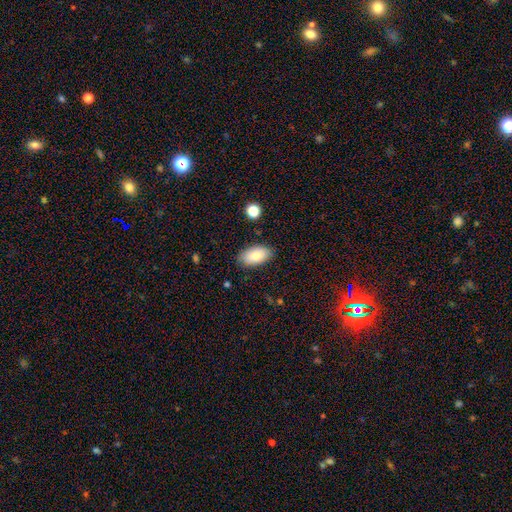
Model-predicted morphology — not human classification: Smooth or featured?
  - smooth: 81% *
  - featured or disk: 12%
  - star or artifact: 7%
How rounded?
  - in between: 94% *
  - round: 4%
  - cigar-shaped: 2%
Merging?
  - none: 83% *
  - minor disturbance: 13%
  - major disturbance: 3%
  - merger: 2%